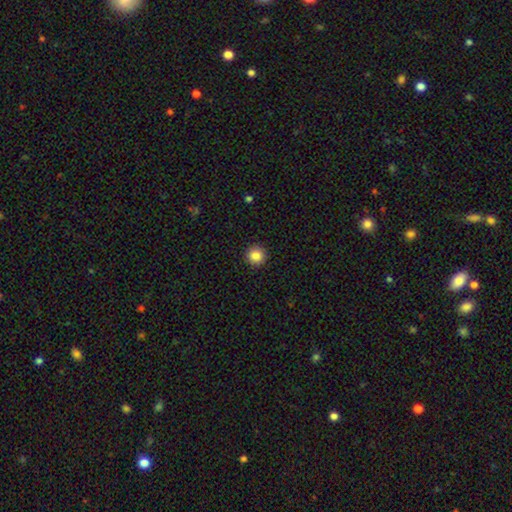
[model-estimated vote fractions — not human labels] The model was most divided on "smooth or featured": smooth: 86%, star or artifact: 10%, featured or disk: 4%. More confident: how rounded — round (95%); merging — none (92%).